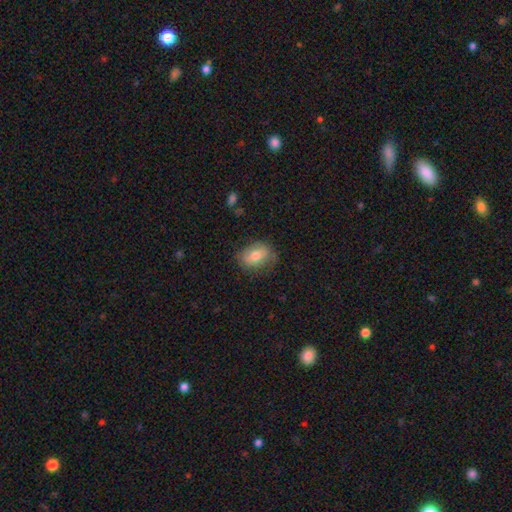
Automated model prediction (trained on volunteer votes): Smooth or featured: smooth — 69% (featured or disk — 24%)
How rounded: in between — 67% (round — 32%)
Merging: none — 72% (minor disturbance — 21%)